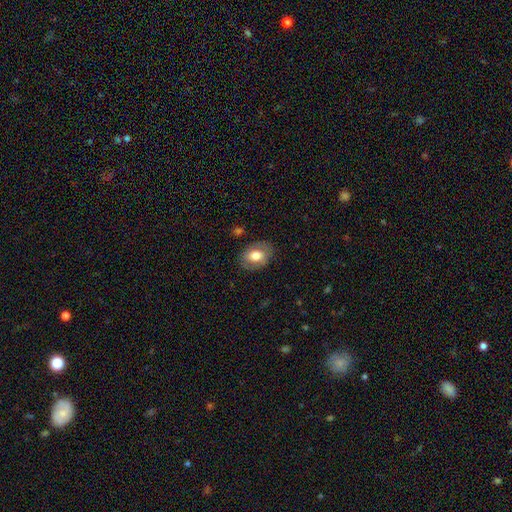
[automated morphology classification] This is likely a smooth galaxy (71%). How rounded: likely in between (77%). Merging: clearly none (82%).